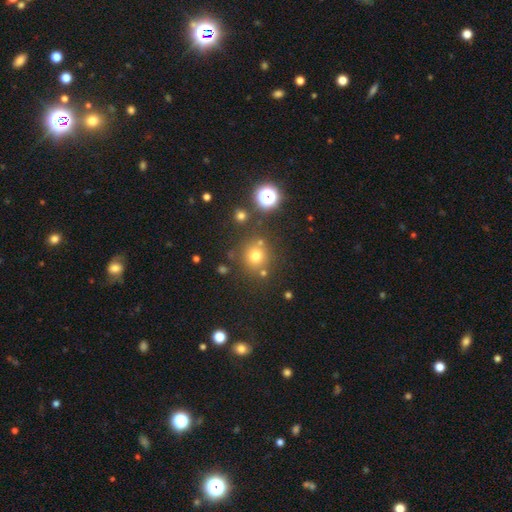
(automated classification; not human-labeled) A smooth galaxy with no disk features (72%) that is round (91%). Merging: none (78%).